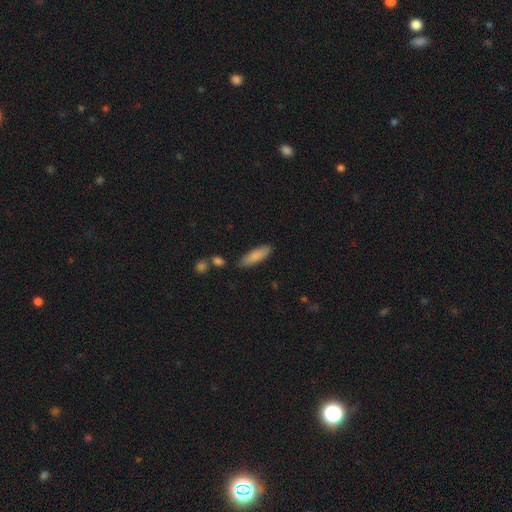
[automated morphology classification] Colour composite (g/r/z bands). It shows a smooth galaxy with no disk features (85%) that is cigar-shaped (51%). Merging: none (83%).